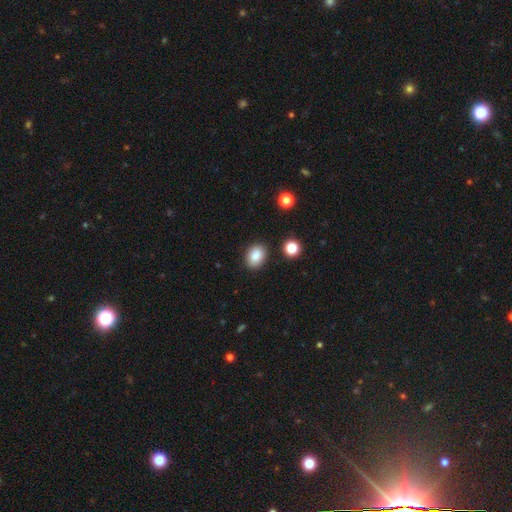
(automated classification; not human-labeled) Smooth or featured? smooth (86%)
How rounded? in between (70%)
Merging? none (87%)